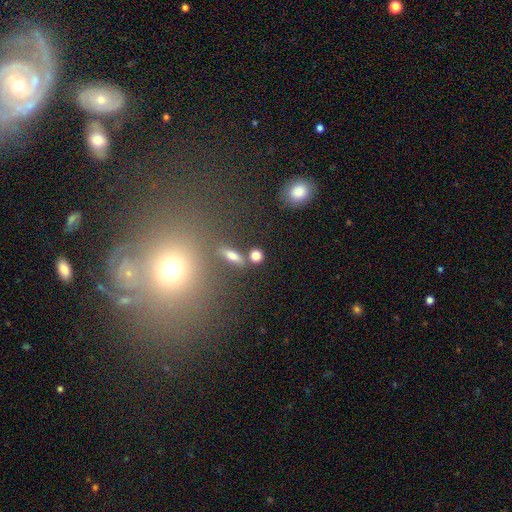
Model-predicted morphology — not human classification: The model was most divided on "how rounded": round: 62%, in between: 26%, cigar-shaped: 12%. More confident: smooth or featured — smooth (78%); merging — none (72%).